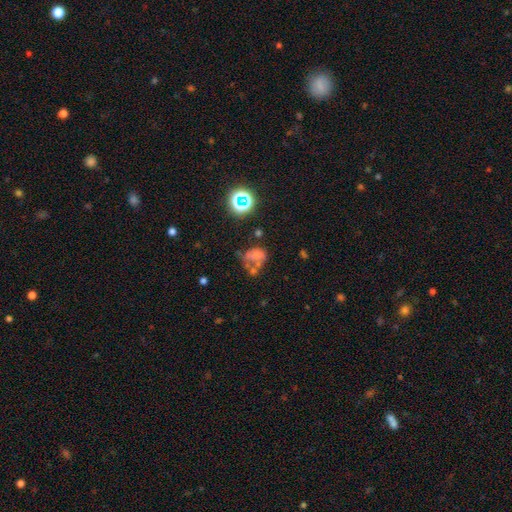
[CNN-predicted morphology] Smooth or featured? smooth (50%)
How rounded? in between (57%)
Merging? none (29%)